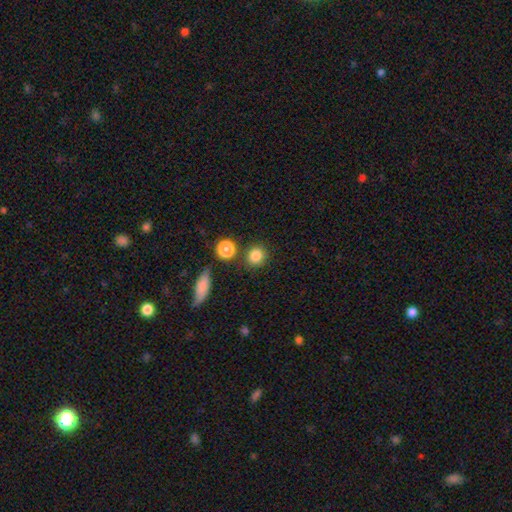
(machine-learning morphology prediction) Q: Smooth or featured?
A: smooth (84%); runner-up: star or artifact (11%)
Q: How rounded?
A: round (87%); runner-up: in between (12%)
Q: Merging?
A: none (83%); runner-up: minor disturbance (8%)